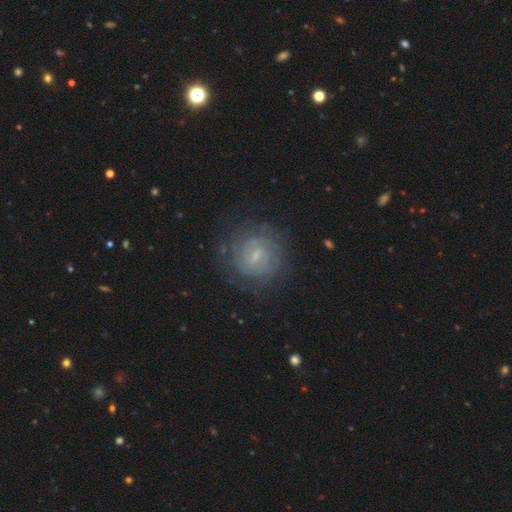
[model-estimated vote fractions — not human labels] smooth_or_featured: featured or disk (p=0.77) [alt: smooth p=0.15]
disk_edge_on: no (p=0.97) [alt: yes p=0.03]
bar: weak (p=0.58) [alt: no p=0.24]
has_spiral_arms: yes (p=0.94) [alt: no p=0.06]
spiral_winding: tight (p=0.74) [alt: medium p=0.21]
spiral_arm_count: can't tell (p=0.39) [alt: 2 p=0.34]
bulge_size: small (p=0.68) [alt: moderate p=0.17]
merging: none (p=0.81) [alt: minor disturbance p=0.12]